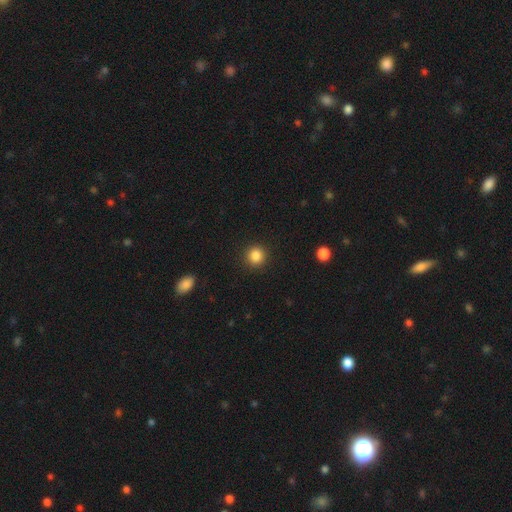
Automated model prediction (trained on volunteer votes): Smooth or featured? Predicted: smooth (p=0.85). How rounded? Predicted: round (p=0.93). Merging? Predicted: none (p=0.92).